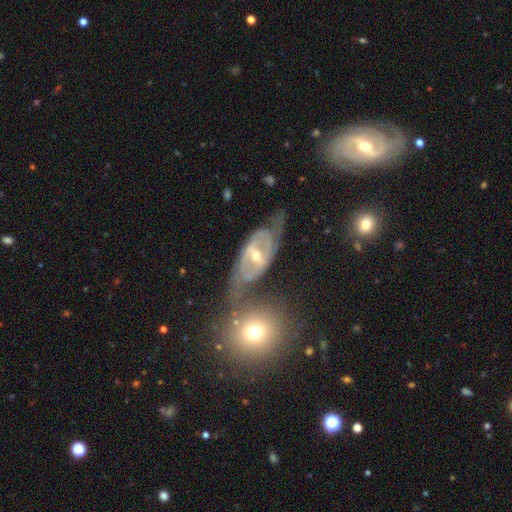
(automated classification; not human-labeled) Overall: featured or disk (82%). Edge-on disk: no (93%). Bar: weak (40%; strong 38%). Spiral arms: yes (85%). Spiral arm count: 2 (81%). Spiral winding: medium (45%; tight 35%). Bulge size: small (51%; moderate 46%). Merging: none (53%; minor disturbance 20%).